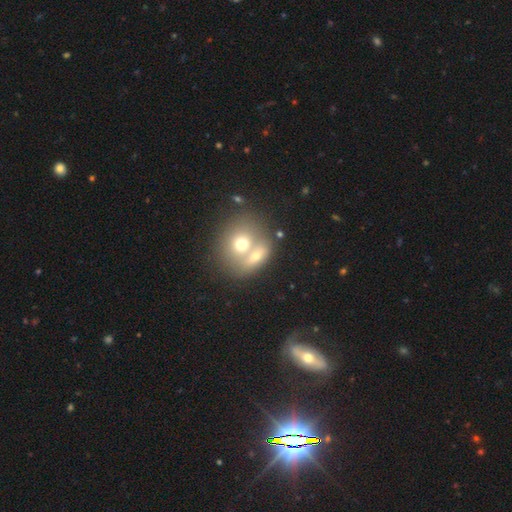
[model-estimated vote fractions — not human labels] Smooth or featured?
  - smooth: 63% *
  - featured or disk: 27%
  - star or artifact: 10%
How rounded?
  - round: 53% *
  - in between: 44%
  - cigar-shaped: 3%
Merging?
  - merger: 66% *
  - none: 24%
  - minor disturbance: 7%
  - major disturbance: 4%